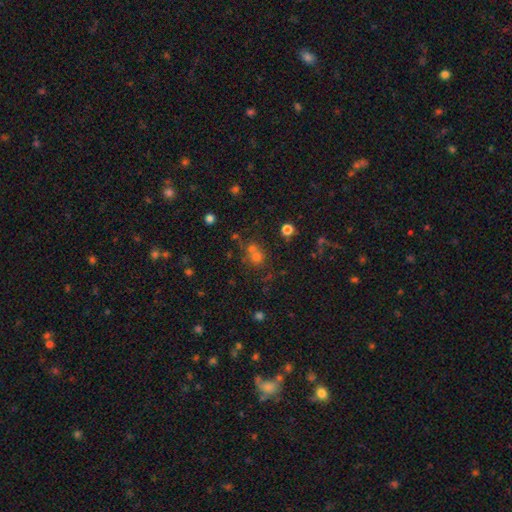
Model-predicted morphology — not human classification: smooth_or_featured: smooth (p=0.54) [alt: star or artifact p=0.34]
how_rounded: round (p=0.83) [alt: in between p=0.16]
merging: none (p=0.52) [alt: merger p=0.35]